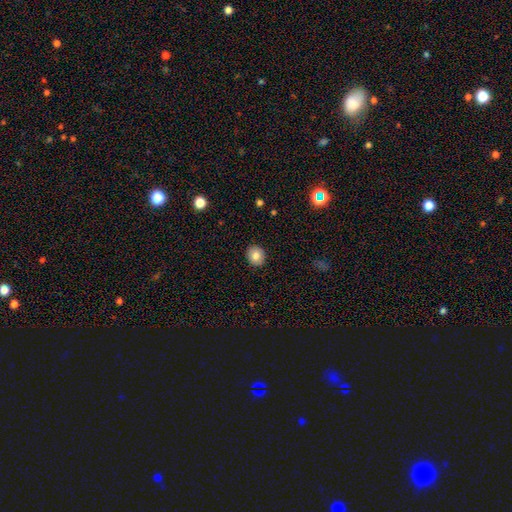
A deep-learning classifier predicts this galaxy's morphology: type=smooth (82%); roundness=round (77%); merging=none (91%).